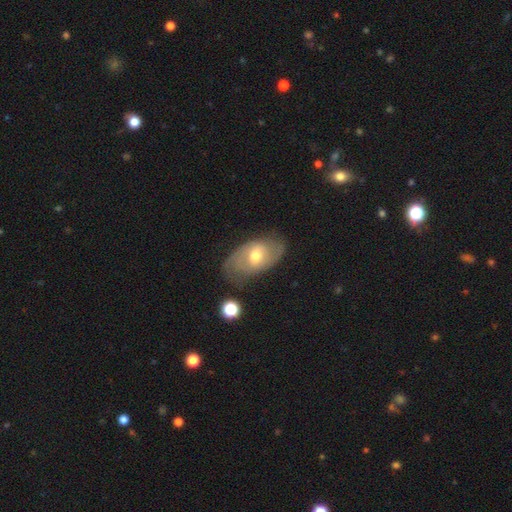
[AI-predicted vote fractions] featured or disk 61%, smooth 32%, star or artifact 7%. Down the decision tree: edge-on disk — no (93%); bar — weak (46%); spiral arms — yes (74%); bulge size — moderate (69%); merging — none (67%).